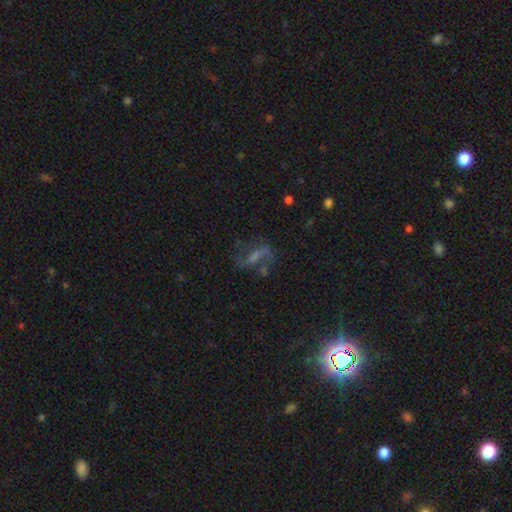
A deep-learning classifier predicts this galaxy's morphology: A featured or disk galaxy (61%) with a weak bar (39%, tied with strong), spiral arms (81%) and no central bulge (34%, tied with small). Merging: none (59%).